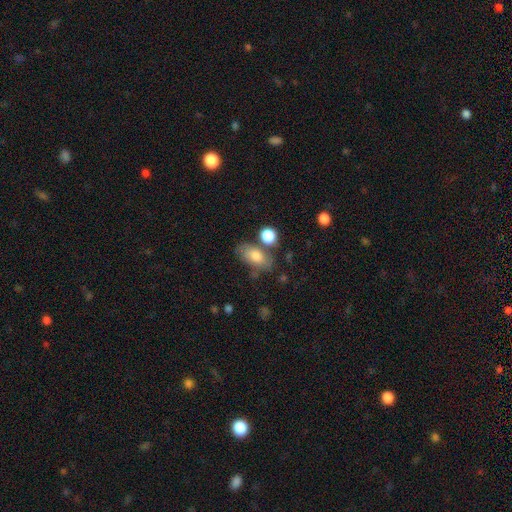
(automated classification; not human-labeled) Smooth or featured? smooth (75%)
How rounded? in between (88%)
Merging? none (58%)